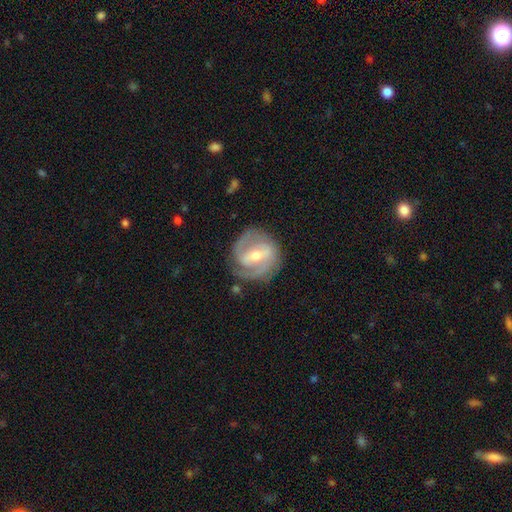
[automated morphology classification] Smooth or featured: featured or disk — 83% (smooth — 12%)
Edge-on disk: no — 97% (yes — 3%)
Bar: strong — 45% (weak — 41%)
Spiral arms: yes — 92% (no — 8%)
Spiral winding: tight — 49% (medium — 40%)
Spiral arm count: 2 — 74% (can't tell — 11%)
Bulge size: moderate — 56% (small — 39%)
Merging: none — 76% (minor disturbance — 16%)